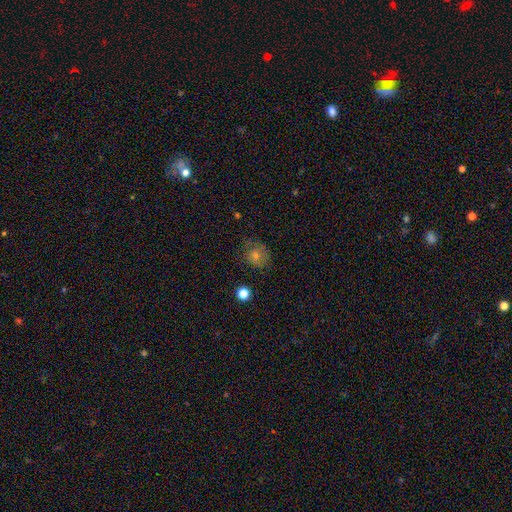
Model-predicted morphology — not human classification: A smooth galaxy with no disk features (52%) that is round (79%).

Vote fractions:
- Smooth or featured? smooth: 52% / featured or disk: 28% / star or artifact: 19%
- How rounded? round: 79% / in between: 20% / cigar-shaped: 1%
- Merging? none: 70% / minor disturbance: 20% / major disturbance: 8% / merger: 2%